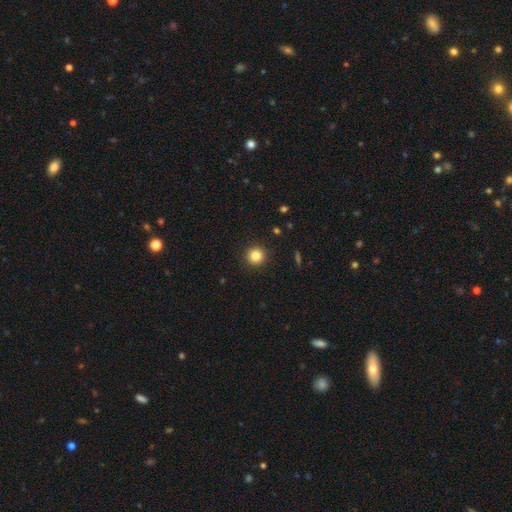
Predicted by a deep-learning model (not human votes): This is clearly a smooth galaxy (84%). How rounded: clearly round (95%). Merging: clearly none (92%).